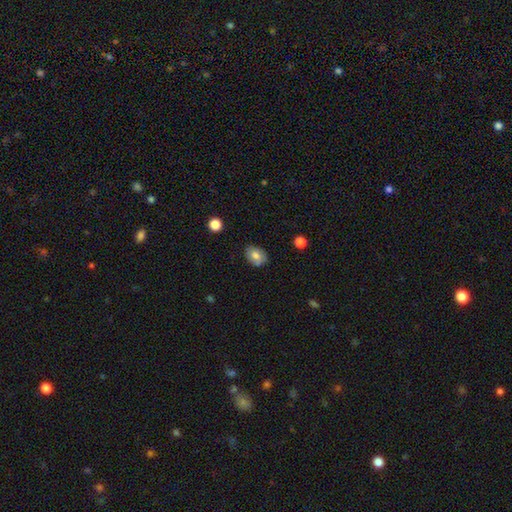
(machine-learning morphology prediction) type=smooth (74%); roundness=in between (69%); merging=none (77%).